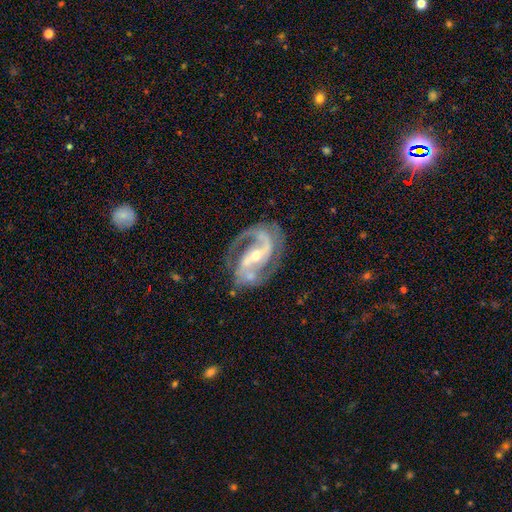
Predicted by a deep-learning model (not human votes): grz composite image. It shows a featured or disk galaxy (91%) with a strong bar (48%), 2 (86%) medium (57%) spiral arms (97%) and a moderate central bulge (49%). Merging: none (65%).